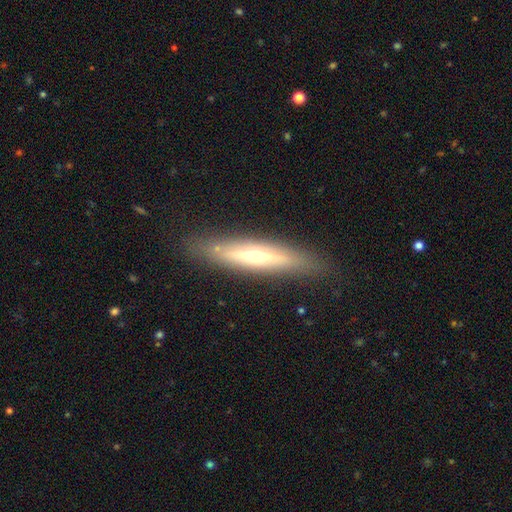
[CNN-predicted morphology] Q: Smooth or featured?
A: featured or disk (55%); runner-up: smooth (38%)
Q: Edge-on disk?
A: yes (82%); runner-up: no (18%)
Q: Merging?
A: none (84%); runner-up: minor disturbance (11%)